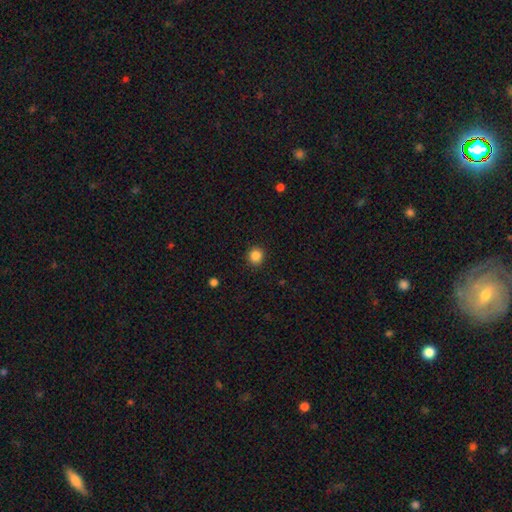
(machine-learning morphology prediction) smooth 86%, star or artifact 11%, featured or disk 3%. Down the decision tree: how rounded — round (89%); merging — none (91%).